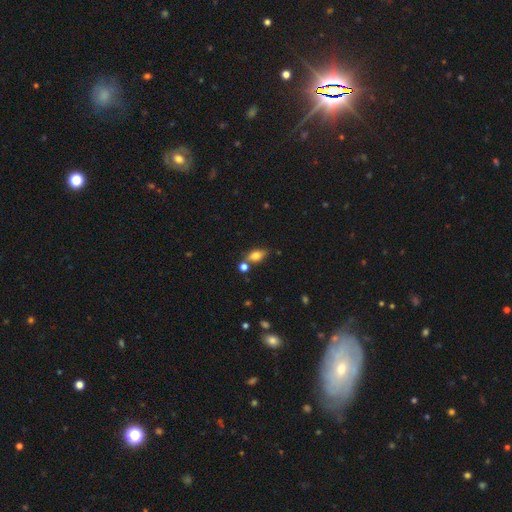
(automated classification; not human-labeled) Smooth or featured? Predicted: smooth (p=0.74). How rounded? Predicted: in between (p=0.81). Merging? Predicted: none (p=0.65).